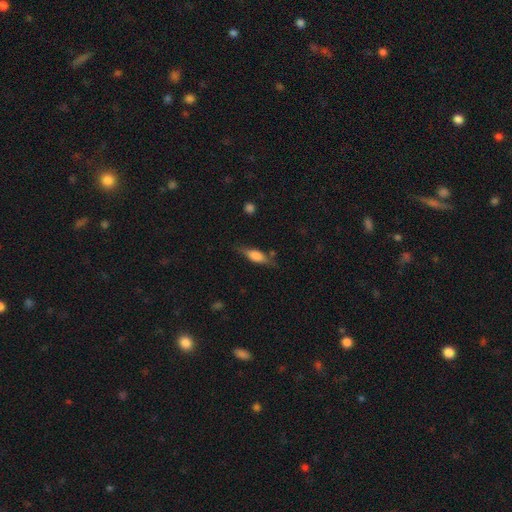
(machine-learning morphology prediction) type=smooth (56%); roundness=in between (55%); merging=none (71%).